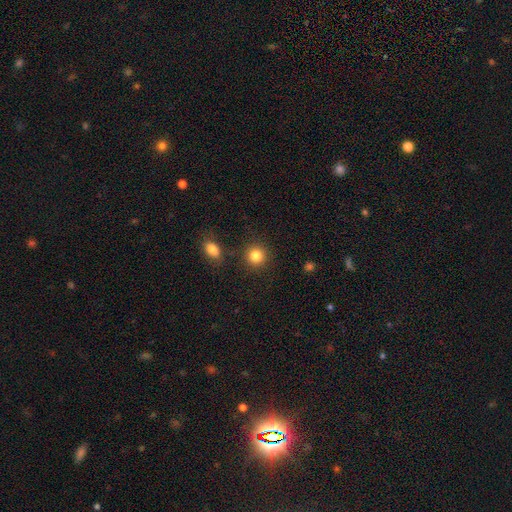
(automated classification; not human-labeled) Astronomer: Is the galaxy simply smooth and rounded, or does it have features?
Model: smooth — 85%.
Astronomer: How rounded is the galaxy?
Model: round — 91%.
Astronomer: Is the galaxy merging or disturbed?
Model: none — 88%.